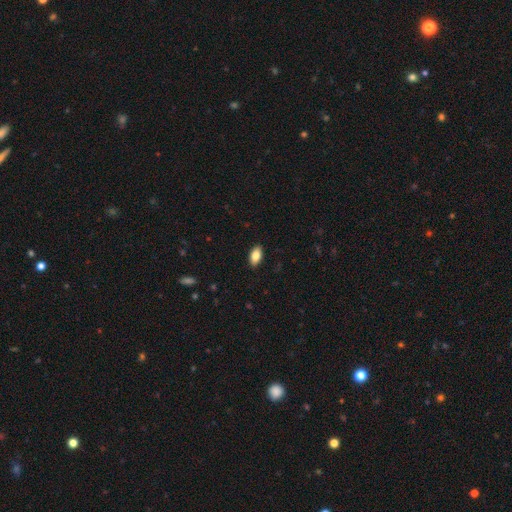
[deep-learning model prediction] This appears to be a smooth galaxy with no disk features (83%) that is in between round and cigar-shaped (92%). Merging: none (89%).